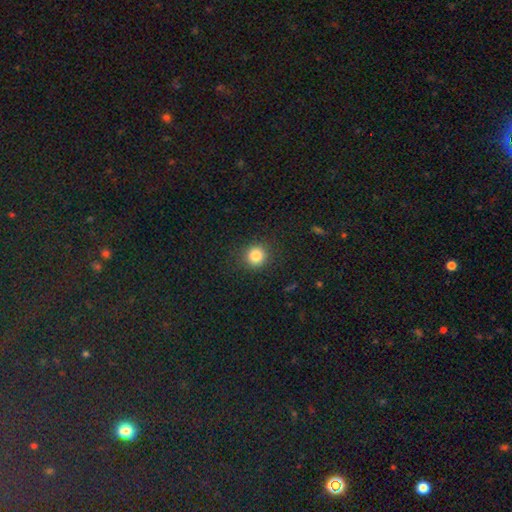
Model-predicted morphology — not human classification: This is clearly a smooth galaxy (83%). How rounded: clearly round (92%). Merging: clearly none (90%).